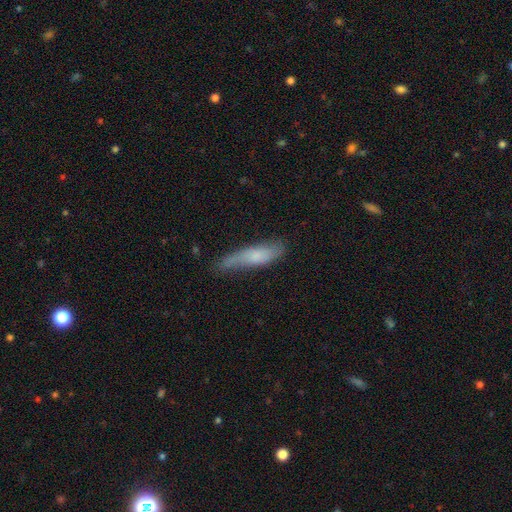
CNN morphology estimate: A smooth galaxy with no disk features (65%) that is cigar-shaped (72%).

Vote fractions:
- Smooth or featured? smooth: 65% / featured or disk: 29% / star or artifact: 6%
- How rounded? cigar-shaped: 72% / in between: 26% / round: 2%
- Merging? none: 56% / minor disturbance: 32% / major disturbance: 8% / merger: 3%